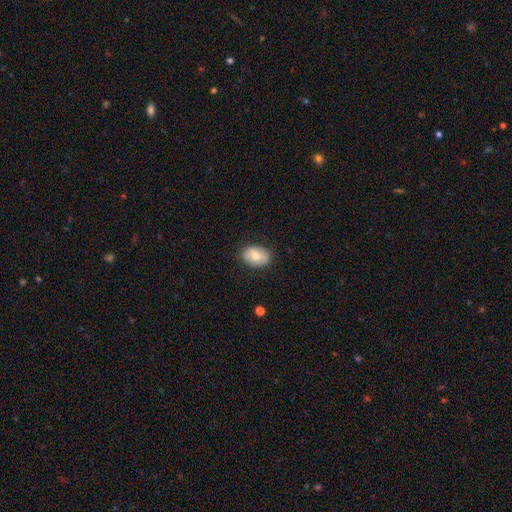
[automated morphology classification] smooth_or_featured: smooth (p=0.68) [alt: featured or disk p=0.25]
how_rounded: in between (p=0.77) [alt: round p=0.22]
merging: none (p=0.83) [alt: minor disturbance p=0.13]